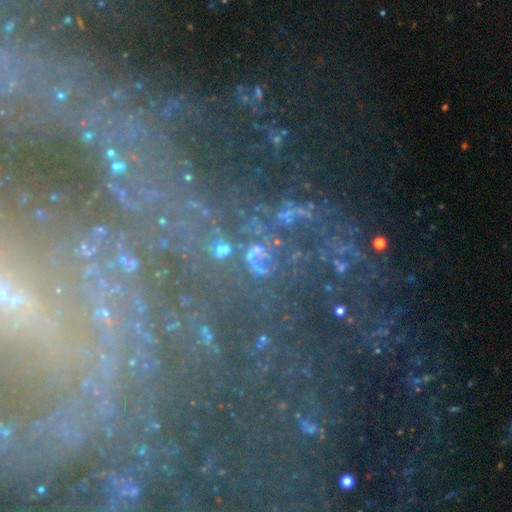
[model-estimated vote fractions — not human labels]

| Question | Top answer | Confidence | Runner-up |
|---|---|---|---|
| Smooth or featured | star or artifact | 51% | featured or disk (31%) |